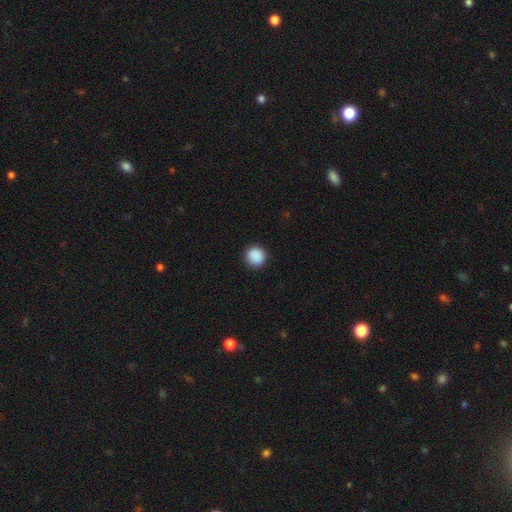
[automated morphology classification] This is clearly a smooth galaxy (89%). How rounded: clearly round (90%). Merging: clearly none (88%).